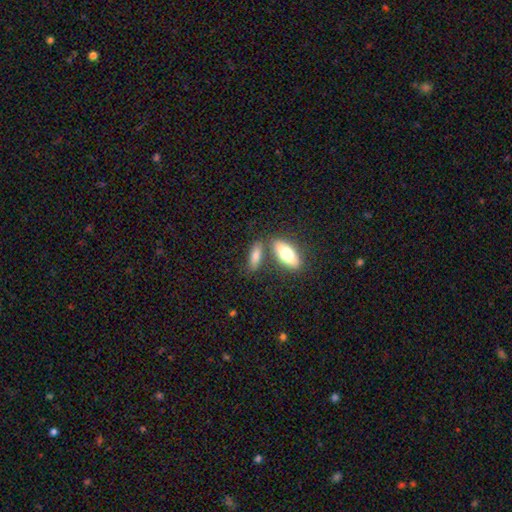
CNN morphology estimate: A smooth galaxy with no disk features (75%) that is in between round and cigar-shaped (66%). Merging: none (59%).